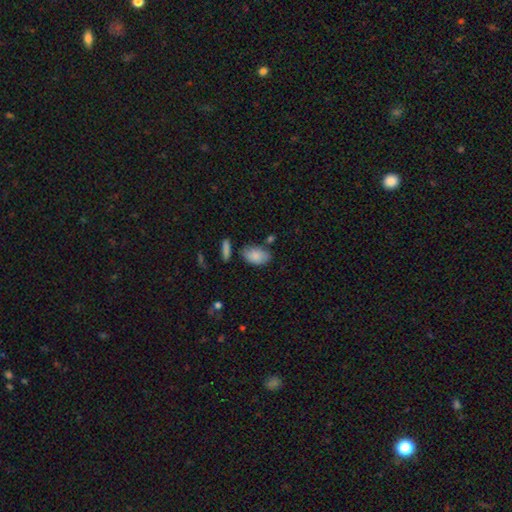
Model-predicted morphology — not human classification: smooth 83%, featured or disk 10%, star or artifact 6%. Down the decision tree: how rounded — in between (92%); merging — none (67%).